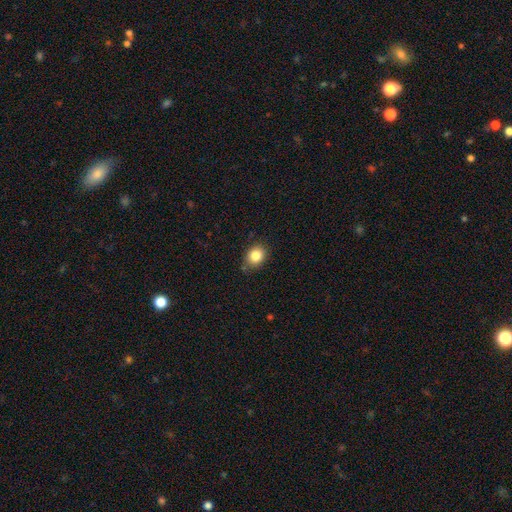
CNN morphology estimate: smooth-or-featured: smooth: 84% | star or artifact: 10% | featured or disk: 6%
  how-rounded: round: 60% | in between: 39% | cigar-shaped: 1%
  merging: none: 79% | minor disturbance: 16% | major disturbance: 3% | merger: 2%